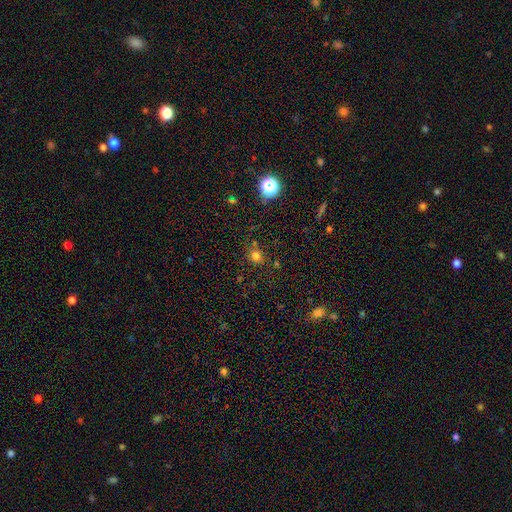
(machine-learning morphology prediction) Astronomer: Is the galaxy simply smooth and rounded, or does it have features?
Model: smooth — 73%.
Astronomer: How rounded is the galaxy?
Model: round — 82%.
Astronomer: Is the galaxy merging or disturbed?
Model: none — 74%.